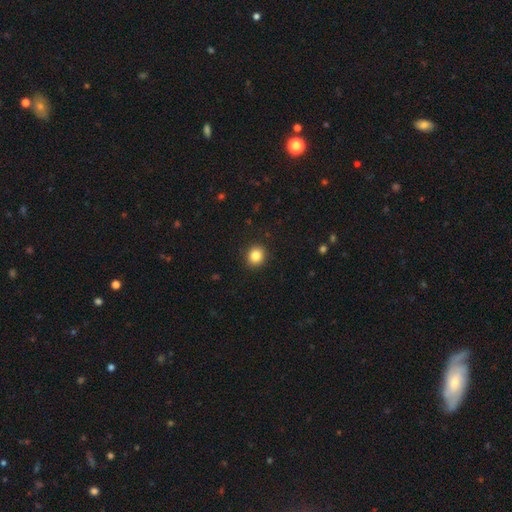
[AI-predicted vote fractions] Q: Smooth or featured?
A: smooth (84%); runner-up: star or artifact (10%)
Q: How rounded?
A: round (83%); runner-up: in between (16%)
Q: Merging?
A: none (91%); runner-up: minor disturbance (6%)